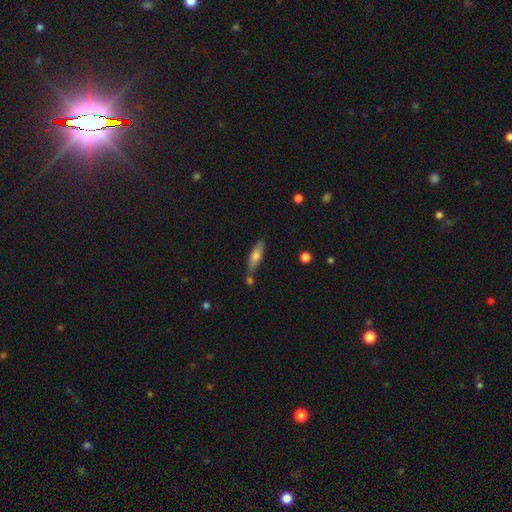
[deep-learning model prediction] The model was most divided on "how rounded": cigar-shaped: 59%, in between: 39%, round: 2%. More confident: smooth or featured — smooth (67%); merging — none (62%).